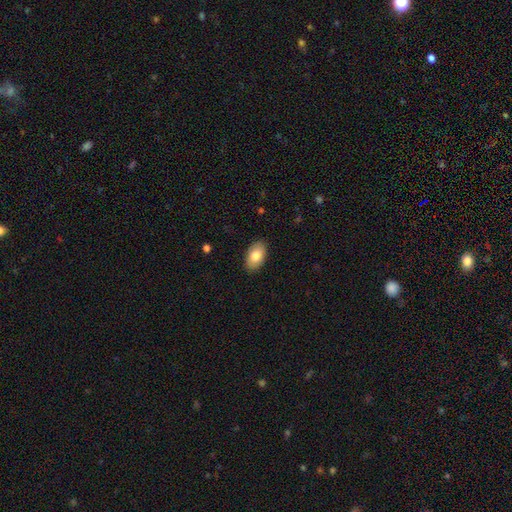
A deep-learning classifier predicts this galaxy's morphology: This is clearly a smooth galaxy (82%). How rounded: clearly in between (94%). Merging: clearly none (89%).